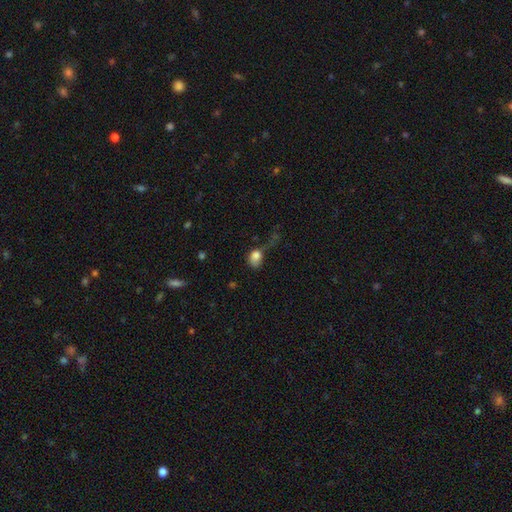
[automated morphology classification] Overall: smooth (78%). How rounded: in between (57%; round 40%). Merging: major disturbance (51%; minor disturbance 21%).